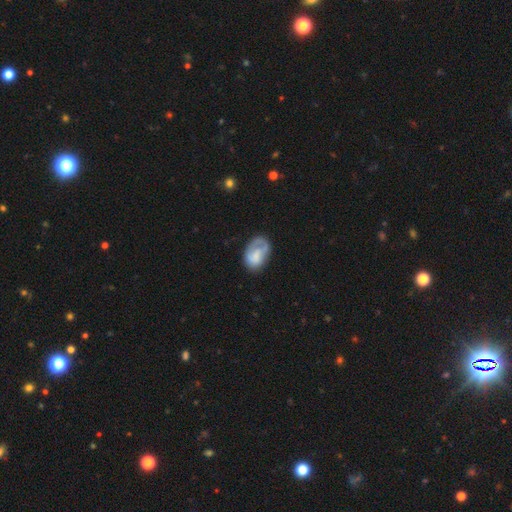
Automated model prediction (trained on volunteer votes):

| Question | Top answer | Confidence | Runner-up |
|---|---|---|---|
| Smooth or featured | smooth | 60% | featured or disk (34%) |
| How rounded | in between | 84% | round (15%) |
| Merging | none | 46% | minor disturbance (29%) |